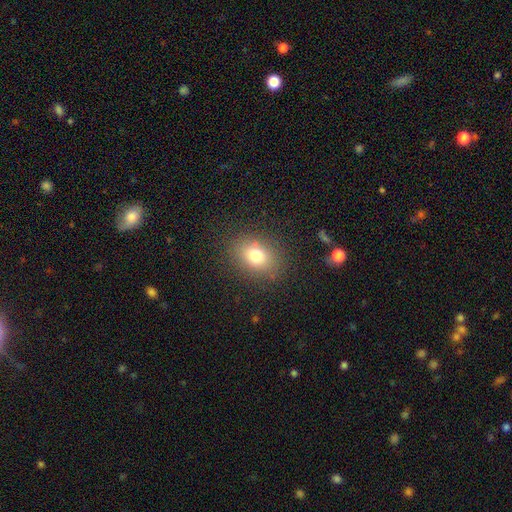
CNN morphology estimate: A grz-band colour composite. It shows a smooth galaxy with no disk features (77%) that is in between round and cigar-shaped (65%). Merging: none (84%).